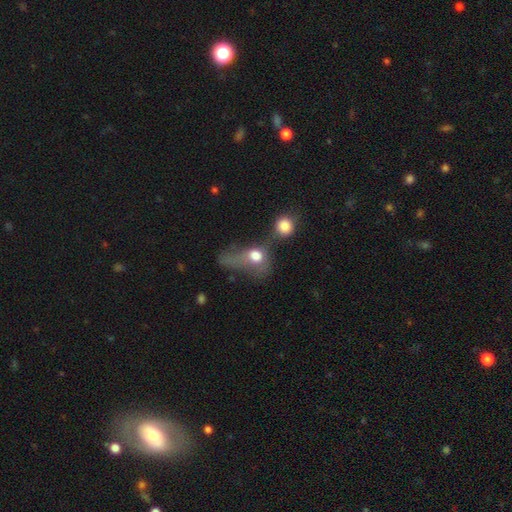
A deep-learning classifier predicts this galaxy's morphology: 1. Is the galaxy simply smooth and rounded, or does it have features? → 65% smooth, 22% featured or disk, 12% star or artifact.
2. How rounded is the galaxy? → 50% round, 46% in between, 4% cigar-shaped.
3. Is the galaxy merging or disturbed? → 43% merger, 34% major disturbance, 13% none, 10% minor disturbance.